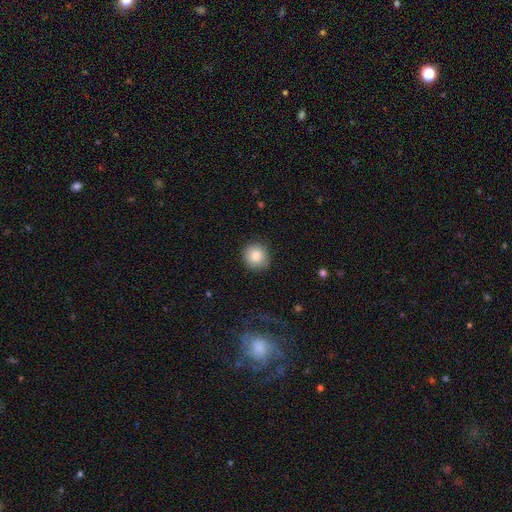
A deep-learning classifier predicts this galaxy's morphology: Overall: smooth (85%). How rounded: round (91%). Merging: none (89%).